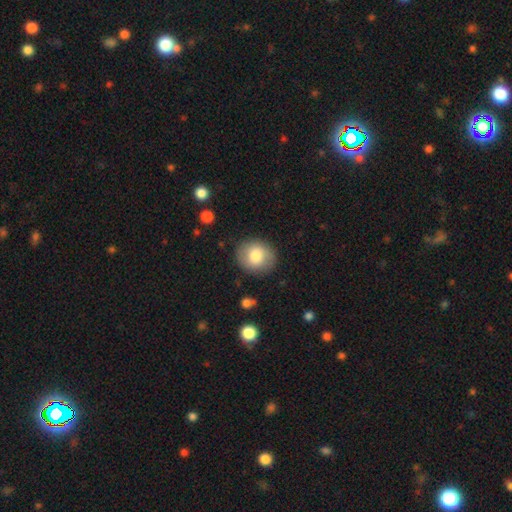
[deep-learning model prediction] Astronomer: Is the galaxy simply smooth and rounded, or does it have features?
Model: smooth — 77%.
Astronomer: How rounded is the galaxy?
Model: round — 74%.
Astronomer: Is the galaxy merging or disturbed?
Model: none — 86%.